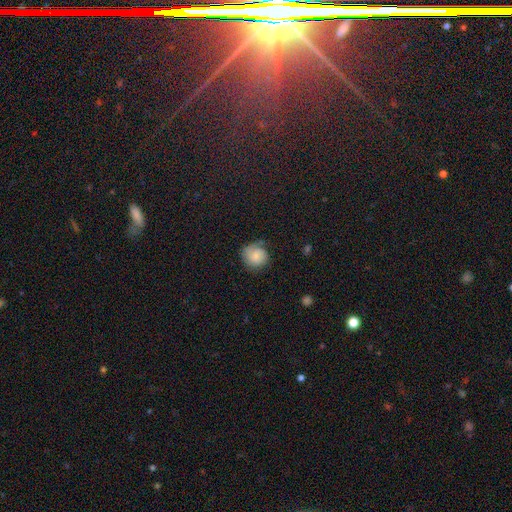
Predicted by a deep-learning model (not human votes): Q: Smooth or featured?
A: smooth (68%); runner-up: featured or disk (23%)
Q: How rounded?
A: round (83%); runner-up: in between (16%)
Q: Merging?
A: none (63%); runner-up: minor disturbance (26%)